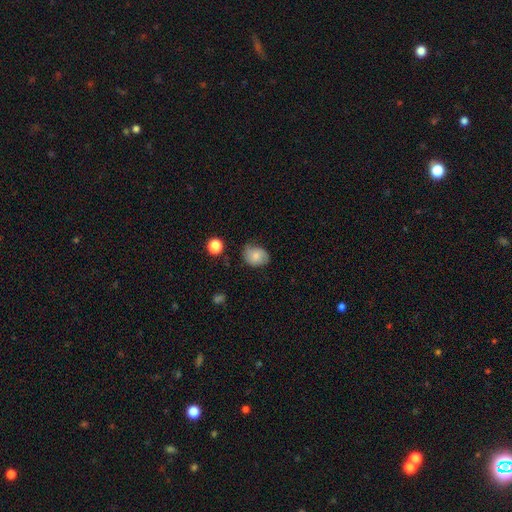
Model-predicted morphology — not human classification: This is likely a smooth galaxy (63%). How rounded: possibly round (50%). Merging: likely none (62%).